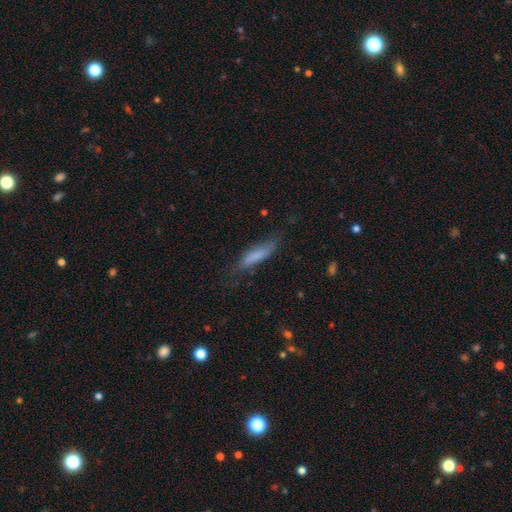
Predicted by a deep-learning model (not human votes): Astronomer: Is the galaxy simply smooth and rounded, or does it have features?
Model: smooth — 71%.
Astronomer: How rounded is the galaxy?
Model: cigar-shaped — 75%.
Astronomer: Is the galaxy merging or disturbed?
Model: none — 60%.